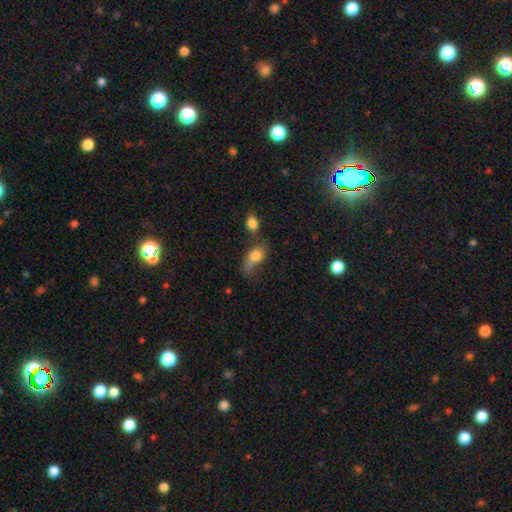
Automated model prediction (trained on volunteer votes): Q: Smooth or featured?
A: smooth (72%); runner-up: featured or disk (18%)
Q: How rounded?
A: in between (73%); runner-up: round (23%)
Q: Merging?
A: major disturbance (30%); runner-up: none (25%)